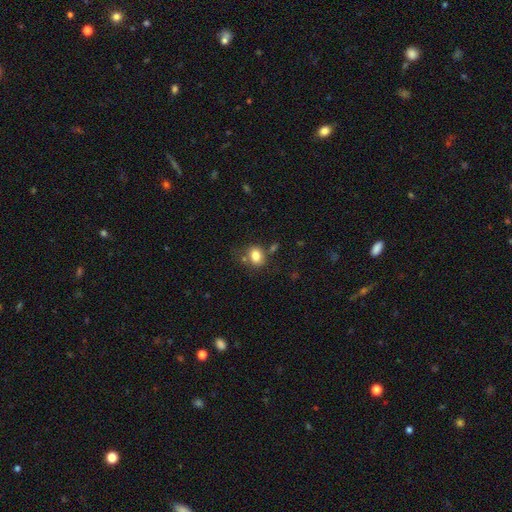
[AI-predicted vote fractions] This is clearly a smooth galaxy (81%). How rounded: possibly in between (60%). Merging: likely none (63%).